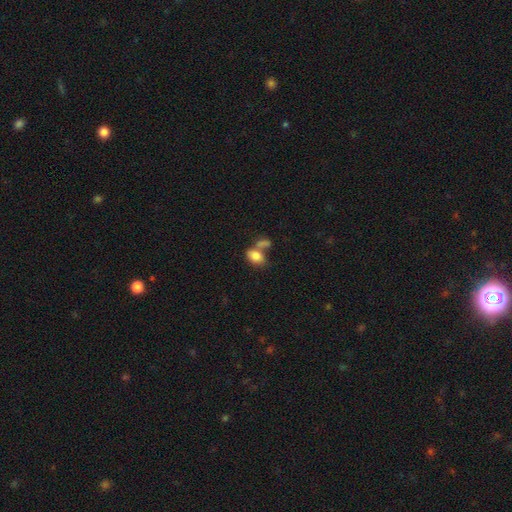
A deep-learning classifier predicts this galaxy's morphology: The model was most divided on "merging": merger: 42%, none: 38%, minor disturbance: 13%, major disturbance: 7%. More confident: how rounded — in between (85%); smooth or featured — smooth (81%).